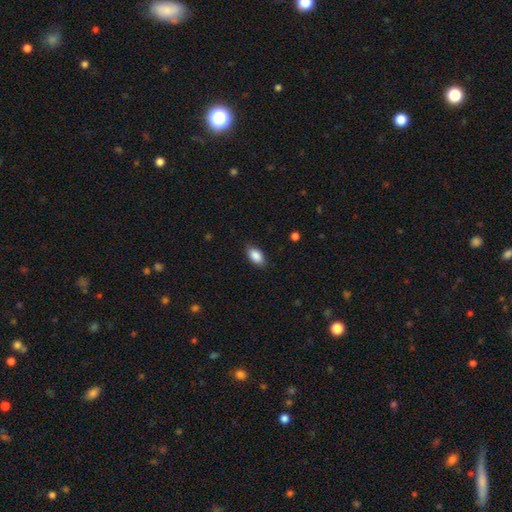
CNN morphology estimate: This is clearly a smooth galaxy (89%). How rounded: clearly in between (93%). Merging: clearly none (86%).